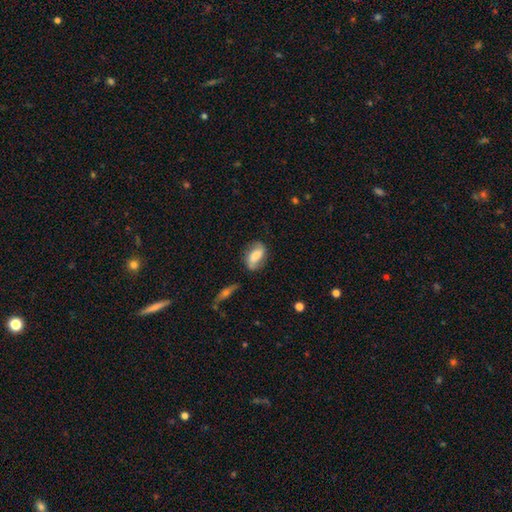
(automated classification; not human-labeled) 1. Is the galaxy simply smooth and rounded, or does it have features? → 58% smooth, 34% featured or disk, 7% star or artifact.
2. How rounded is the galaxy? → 86% in between, 8% round, 6% cigar-shaped.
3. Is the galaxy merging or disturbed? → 72% none, 20% minor disturbance, 6% major disturbance, 3% merger.